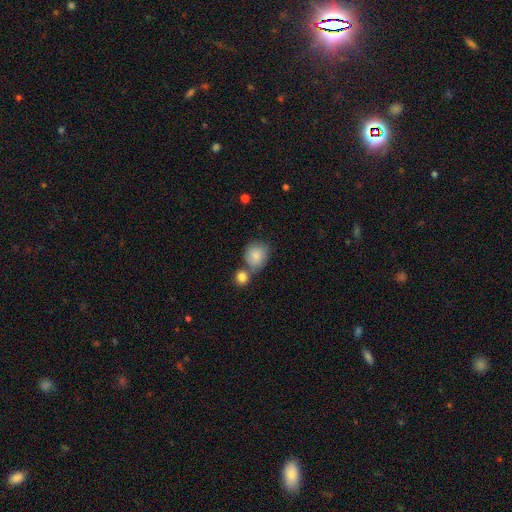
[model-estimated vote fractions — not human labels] A smooth galaxy with no disk features (82%) that is round (75%). Merging: none (46%).